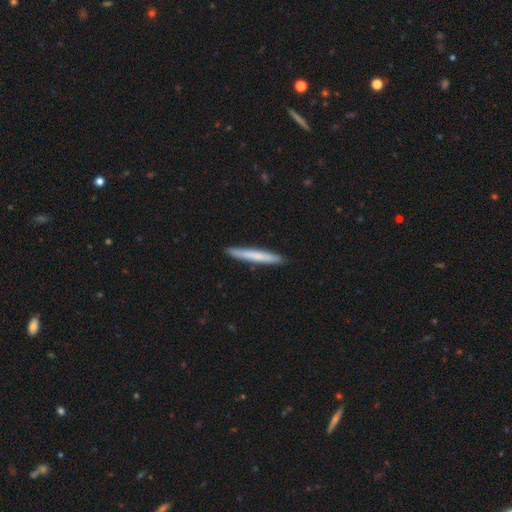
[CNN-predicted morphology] A smooth galaxy with no disk features (68%) that is cigar-shaped (96%).

Vote fractions:
- Smooth or featured? smooth: 68% / featured or disk: 27% / star or artifact: 5%
- How rounded? cigar-shaped: 96% / in between: 2% / round: 1%
- Merging? none: 91% / minor disturbance: 7% / major disturbance: 1% / merger: 1%